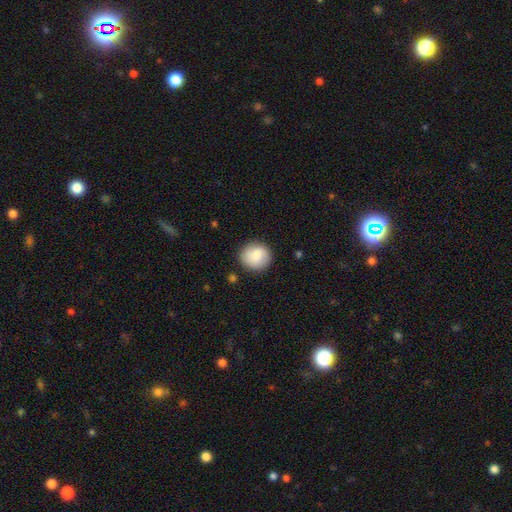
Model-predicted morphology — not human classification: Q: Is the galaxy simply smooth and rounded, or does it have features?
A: smooth — 81%.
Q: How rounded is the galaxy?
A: round — 87%.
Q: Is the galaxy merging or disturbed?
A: none — 86%.